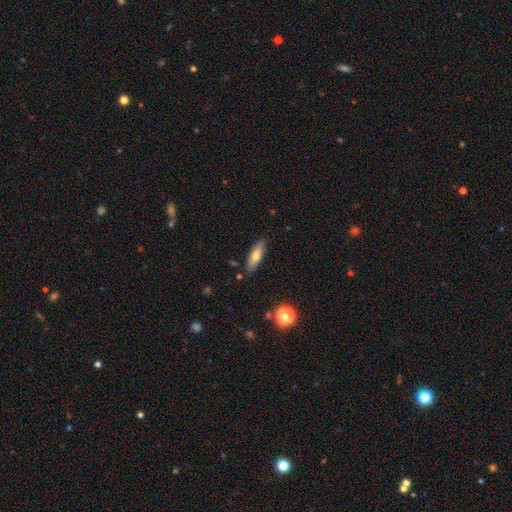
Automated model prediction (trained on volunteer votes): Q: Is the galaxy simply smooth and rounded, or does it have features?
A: smooth — 69%.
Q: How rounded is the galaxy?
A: cigar-shaped — 54%.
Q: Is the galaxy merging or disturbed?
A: none — 85%.